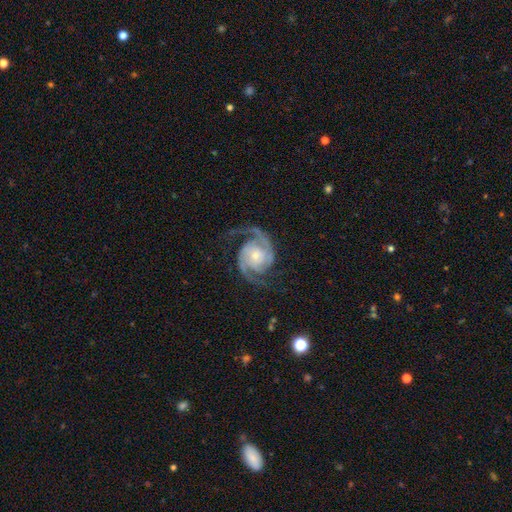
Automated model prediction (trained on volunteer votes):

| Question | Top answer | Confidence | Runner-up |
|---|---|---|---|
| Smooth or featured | featured or disk | 94% | star or artifact (4%) |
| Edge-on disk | no | 98% | yes (2%) |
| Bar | no | 68% | weak (23%) |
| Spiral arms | yes | 99% | no (1%) |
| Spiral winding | medium | 55% | tight (31%) |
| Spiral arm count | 2 | 90% | 3 (4%) |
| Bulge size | small | 61% | moderate (30%) |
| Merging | none | 76% | minor disturbance (14%) |